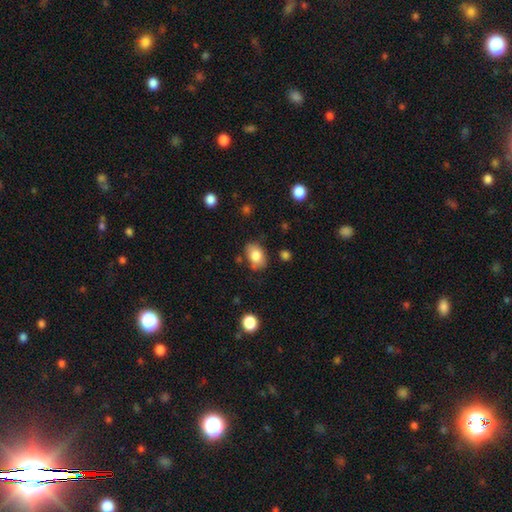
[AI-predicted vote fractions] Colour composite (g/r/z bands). It shows a smooth galaxy with no disk features (81%) that is in between round and cigar-shaped (81%). Merging: none (76%).